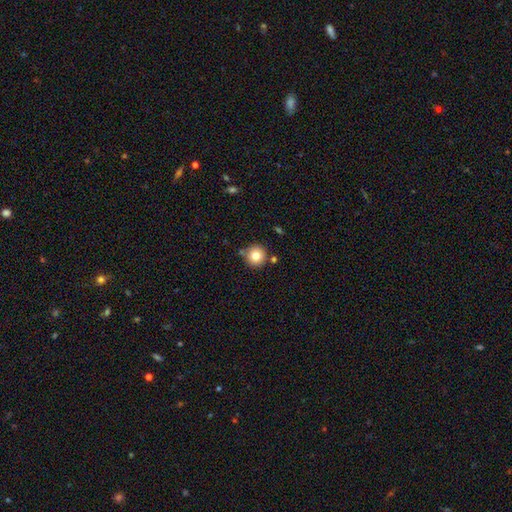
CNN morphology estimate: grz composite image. It shows a smooth galaxy with no disk features (80%) that is round (95%). Merging: none (79%).